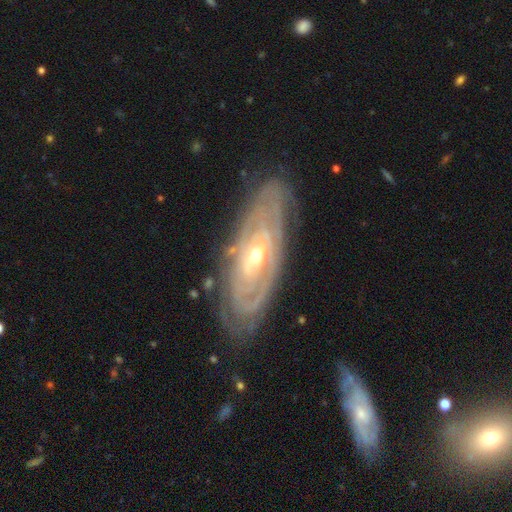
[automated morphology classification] Smooth or featured? Predicted: featured or disk (p=0.86). Edge-on disk? Predicted: no (p=0.88). Bar? Predicted: no (p=0.59). Spiral arms? Predicted: yes (p=0.91). Spiral winding? Predicted: tight (p=0.80). Spiral arm count? Predicted: can't tell (p=0.45). Bulge size? Predicted: small (p=0.51). Merging? Predicted: none (p=0.76).